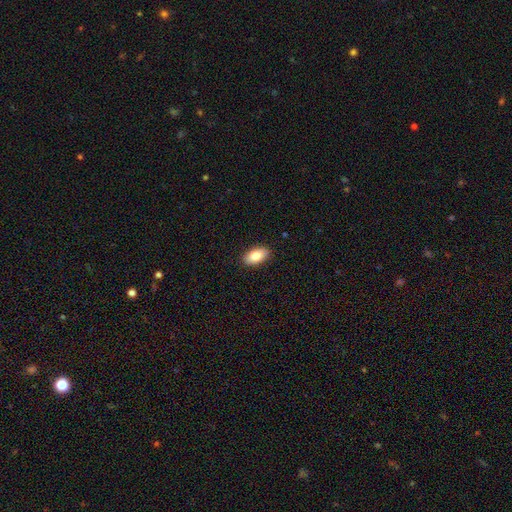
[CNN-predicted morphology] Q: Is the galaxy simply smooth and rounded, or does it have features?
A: smooth — 82%.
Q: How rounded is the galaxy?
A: in between — 92%.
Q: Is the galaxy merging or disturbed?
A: none — 90%.